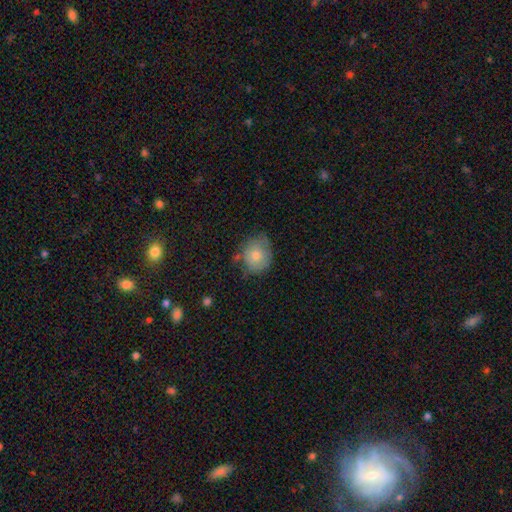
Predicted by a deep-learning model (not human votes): smooth 74%, featured or disk 18%, star or artifact 8%. Down the decision tree: how rounded — round (77%); merging — none (56%).